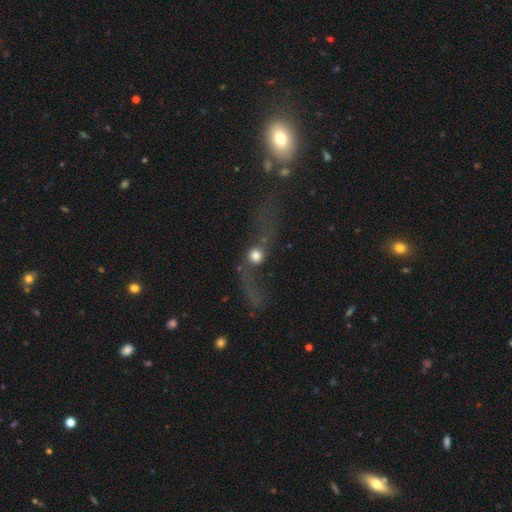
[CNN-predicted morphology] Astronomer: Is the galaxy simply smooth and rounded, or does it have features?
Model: featured or disk — 49% (runner-up: smooth, 39%).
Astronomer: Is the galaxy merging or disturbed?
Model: none — 36% (runner-up: major disturbance, 35%).